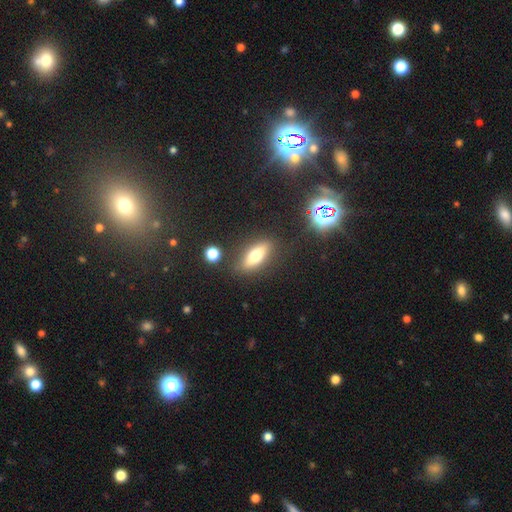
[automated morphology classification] Smooth or featured?
  - smooth: 62% *
  - featured or disk: 28%
  - star or artifact: 10%
How rounded?
  - in between: 62% *
  - cigar-shaped: 34%
  - round: 4%
Merging?
  - none: 82% *
  - minor disturbance: 11%
  - major disturbance: 4%
  - merger: 3%